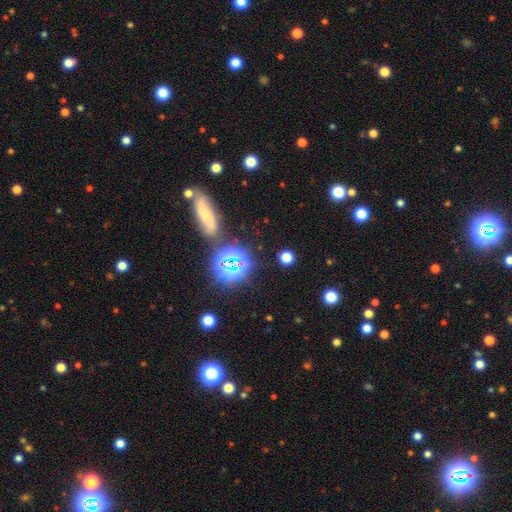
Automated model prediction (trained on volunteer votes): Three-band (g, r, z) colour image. It shows a star or artifact, not a galaxy (62%).